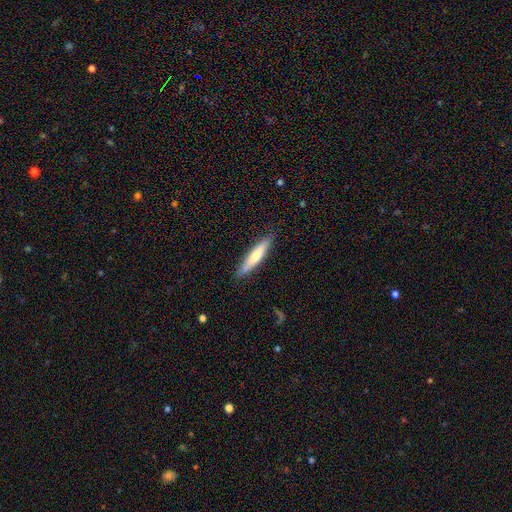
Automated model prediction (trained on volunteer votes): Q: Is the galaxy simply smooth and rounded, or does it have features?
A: smooth — 63%.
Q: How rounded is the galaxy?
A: cigar-shaped — 88%.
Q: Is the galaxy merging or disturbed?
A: none — 88%.